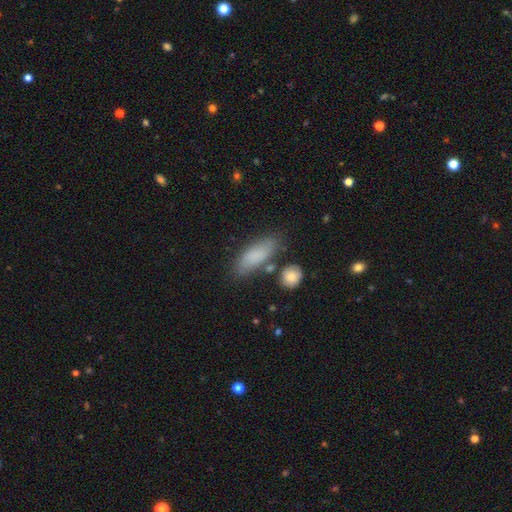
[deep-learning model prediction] Overall: smooth (80%). How rounded: in between (71%). Merging: none (70%).